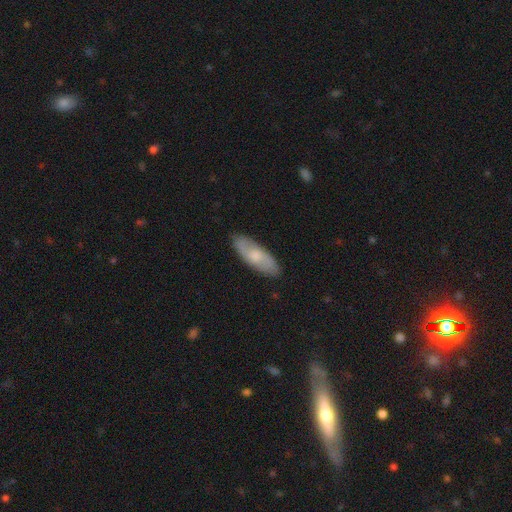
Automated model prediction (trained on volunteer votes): smooth 55%, featured or disk 40%, star or artifact 5%. Down the decision tree: how rounded — in between (65%); merging — none (86%).